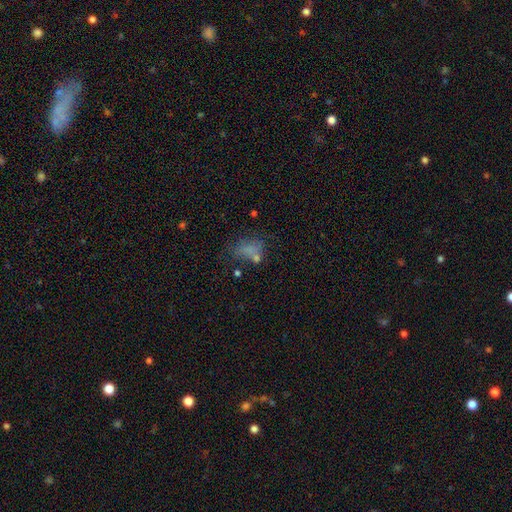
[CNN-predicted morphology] This is possibly a smooth galaxy (55%). How rounded: likely in between (73%). Merging: marginally none (41%).